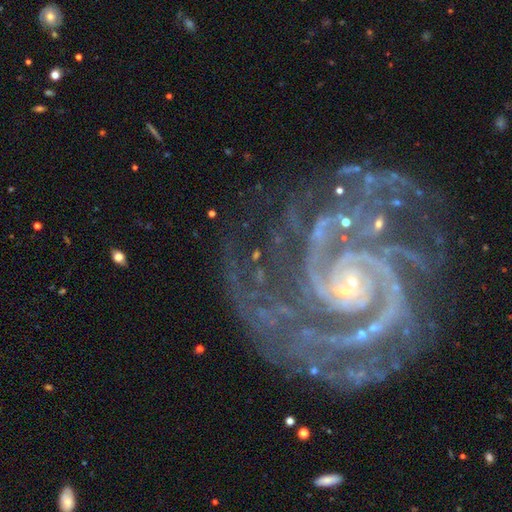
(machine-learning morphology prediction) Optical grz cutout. It shows a featured or disk galaxy (81%) with no bar (45%), 2 (25%) tight (61%) spiral arms (97%) and a small central bulge (73%). Merging: none (60%).